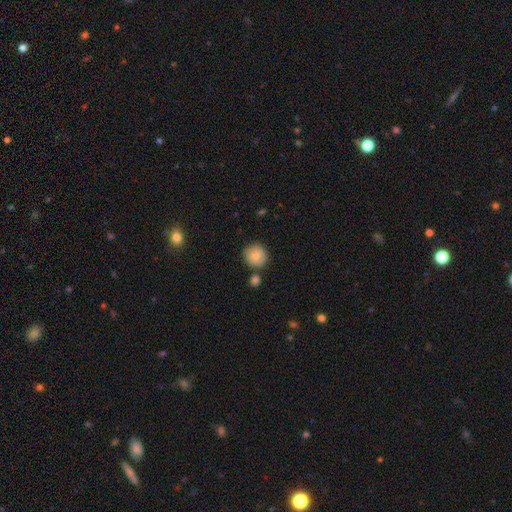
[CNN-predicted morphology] Smooth or featured: smooth — 81% (featured or disk — 11%)
How rounded: round — 90% (in between — 9%)
Merging: none — 77% (minor disturbance — 12%)